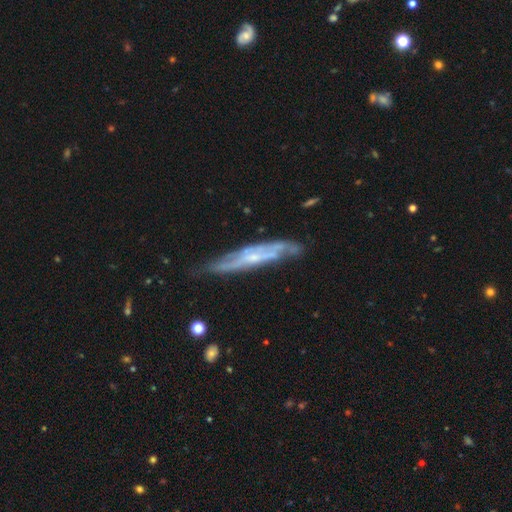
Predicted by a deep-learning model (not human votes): A featured or disk galaxy (77%) viewed edge-on (52%).

Vote fractions:
- Smooth or featured? featured or disk: 77% / smooth: 16% / star or artifact: 6%
- Edge-on disk? yes: 52% / no: 48%
- Merging? none: 70% / minor disturbance: 22% / major disturbance: 6% / merger: 2%